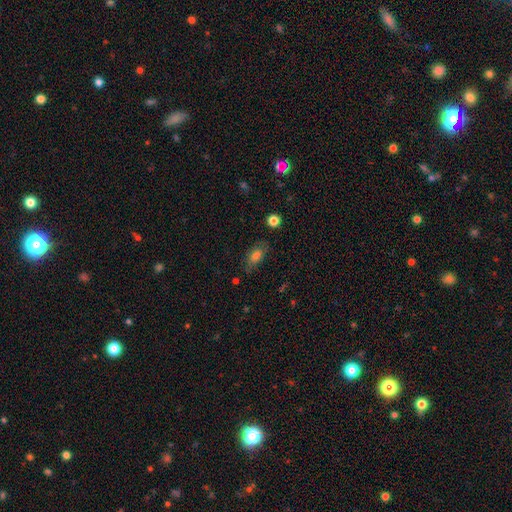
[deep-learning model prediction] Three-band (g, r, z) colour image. It shows a smooth galaxy with no disk features (69%) that is in between round and cigar-shaped (83%). Merging: none (70%).